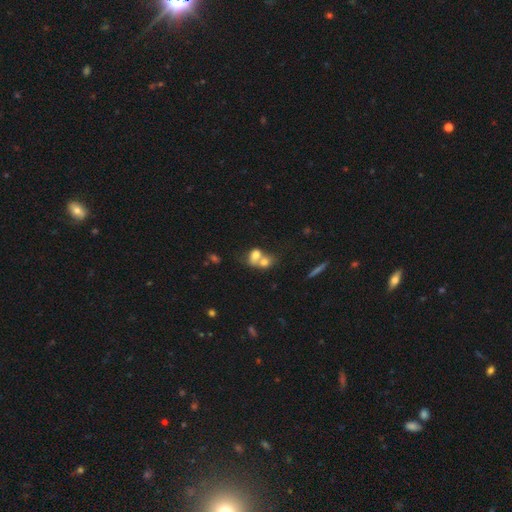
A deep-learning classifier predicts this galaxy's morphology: Smooth or featured? smooth (70%)
How rounded? in between (65%)
Merging? merger (71%)